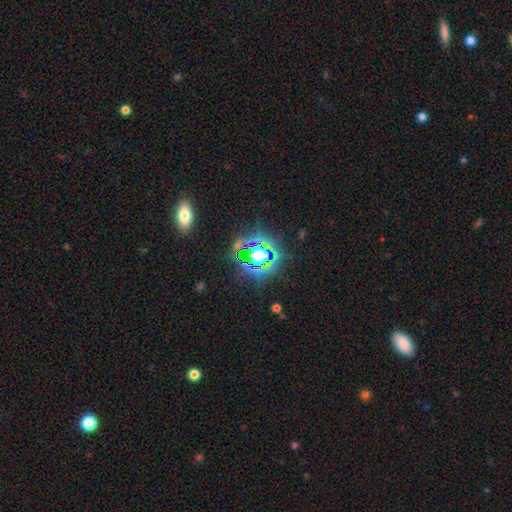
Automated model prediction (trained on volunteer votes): This is likely a star or artifact rather than a galaxy (73%).